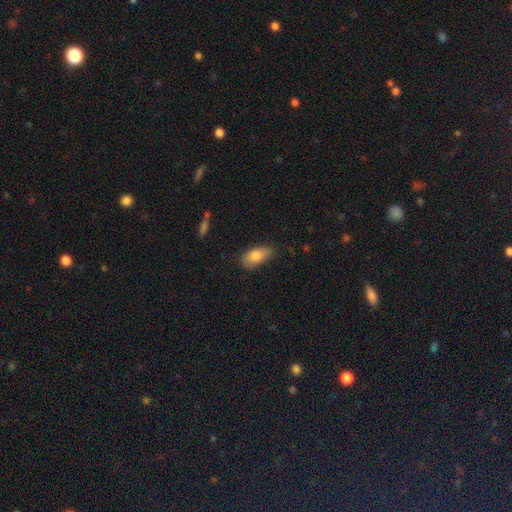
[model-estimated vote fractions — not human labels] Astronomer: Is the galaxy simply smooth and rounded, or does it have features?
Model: smooth — 81%.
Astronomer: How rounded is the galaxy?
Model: in between — 89%.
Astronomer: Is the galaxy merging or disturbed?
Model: none — 71%.